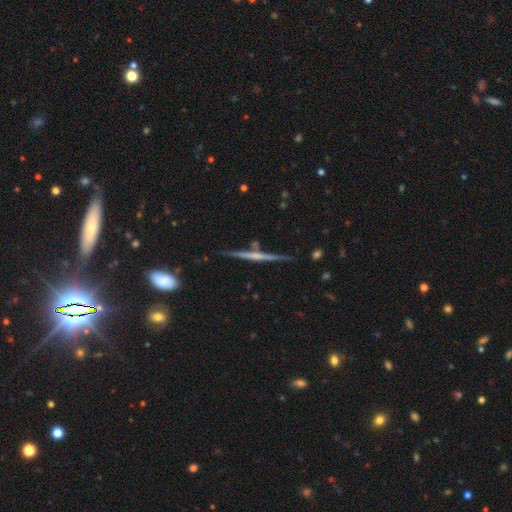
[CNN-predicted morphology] A featured or disk galaxy (70%) viewed edge-on (98%) with no central bulge (59%). Merging: none (83%).